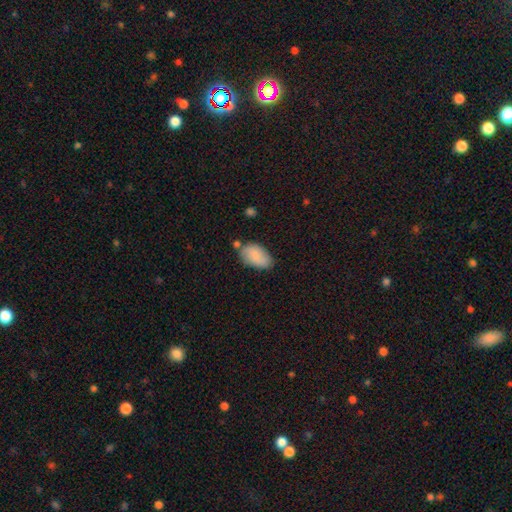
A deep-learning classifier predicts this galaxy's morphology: Smooth or featured?
  - smooth: 82% *
  - featured or disk: 12%
  - star or artifact: 6%
How rounded?
  - in between: 93% *
  - round: 5%
  - cigar-shaped: 2%
Merging?
  - none: 63% *
  - minor disturbance: 23%
  - merger: 9%
  - major disturbance: 5%